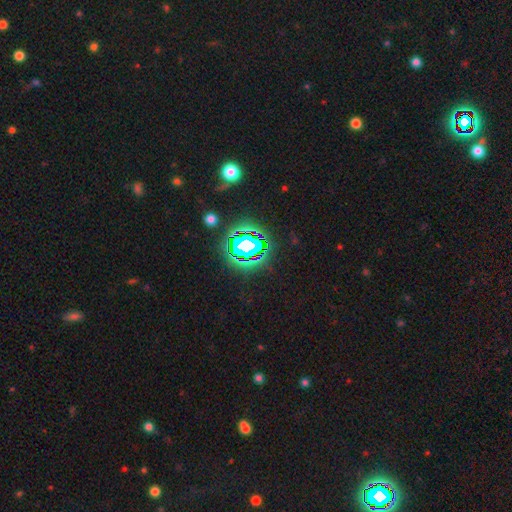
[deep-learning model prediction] Overall: star or artifact (80%).